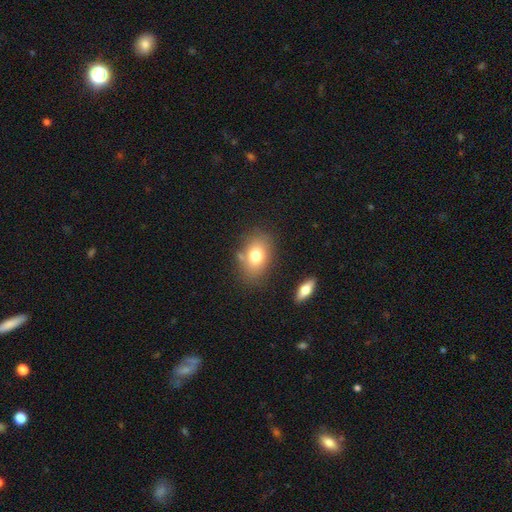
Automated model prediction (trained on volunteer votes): Smooth or featured?
  - smooth: 76% *
  - featured or disk: 15%
  - star or artifact: 10%
How rounded?
  - in between: 80% *
  - round: 18%
  - cigar-shaped: 1%
Merging?
  - none: 74% *
  - minor disturbance: 14%
  - merger: 7%
  - major disturbance: 4%